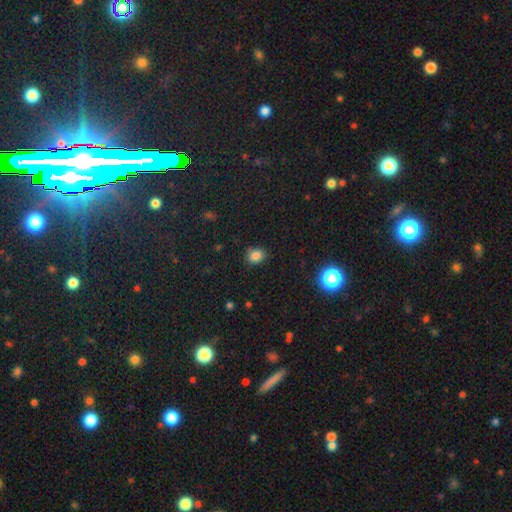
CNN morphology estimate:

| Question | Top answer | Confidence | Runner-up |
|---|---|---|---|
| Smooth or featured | smooth | 82% | star or artifact (13%) |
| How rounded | round | 63% | in between (36%) |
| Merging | none | 83% | minor disturbance (12%) |